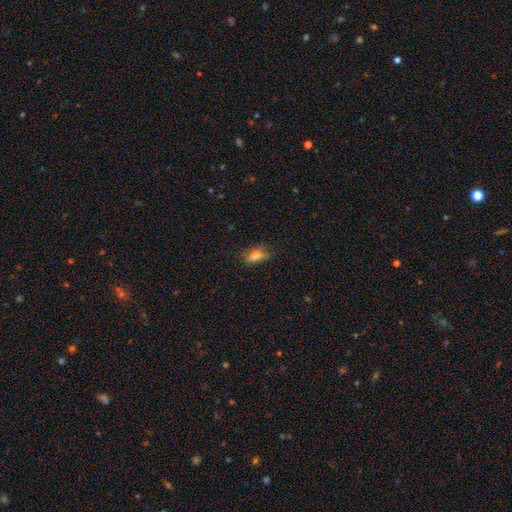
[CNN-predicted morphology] type=smooth (74%); roundness=in between (81%); merging=none (70%).